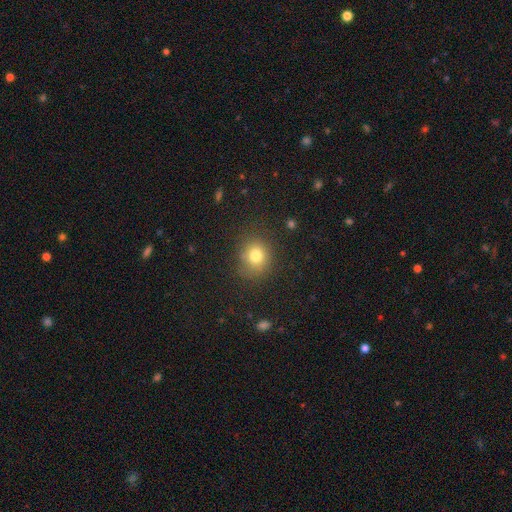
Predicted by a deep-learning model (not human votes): Morphology: type=smooth (78%); roundness=round (78%); merging=none (78%).